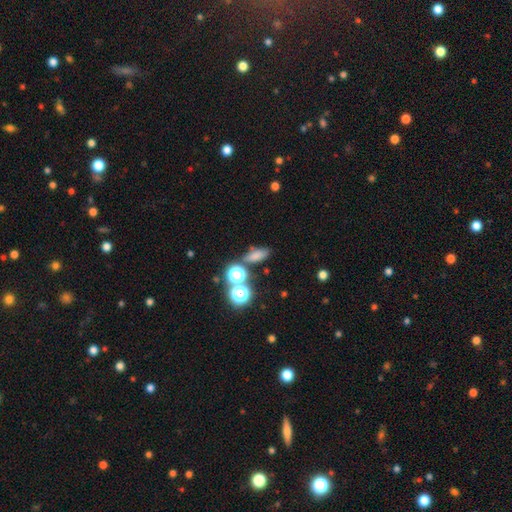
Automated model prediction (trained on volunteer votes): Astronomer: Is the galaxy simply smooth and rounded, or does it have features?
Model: smooth — 69%.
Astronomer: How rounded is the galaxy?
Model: in between — 65%.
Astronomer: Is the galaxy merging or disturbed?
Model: none — 69%.